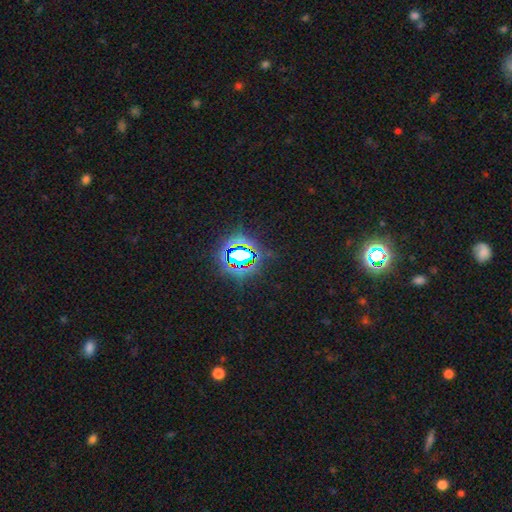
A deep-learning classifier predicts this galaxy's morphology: type=star or artifact (82%).